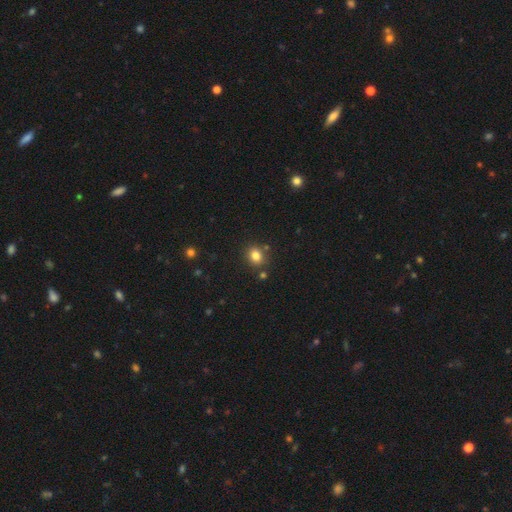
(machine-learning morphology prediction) A smooth galaxy with no disk features (81%) that is round (61%). Merging: none (80%).